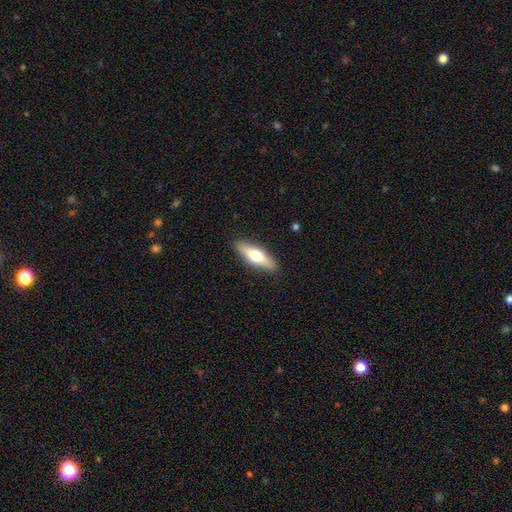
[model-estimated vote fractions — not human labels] Morphology: type=smooth (56%); roundness=cigar-shaped (56%); merging=none (89%).